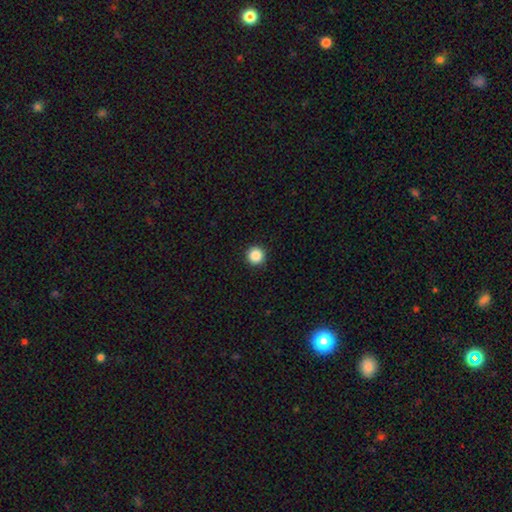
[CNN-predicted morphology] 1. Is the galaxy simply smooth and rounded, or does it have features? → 87% smooth, 10% star or artifact, 3% featured or disk.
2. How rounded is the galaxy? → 97% round, 2% in between, 1% cigar-shaped.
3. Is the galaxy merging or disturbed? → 94% none, 4% minor disturbance, 1% major disturbance, 1% merger.